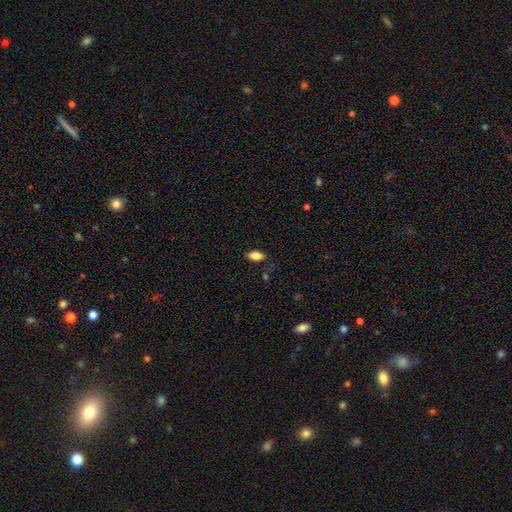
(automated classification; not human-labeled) Smooth or featured? Predicted: smooth (p=0.83). How rounded? Predicted: in between (p=0.89). Merging? Predicted: none (p=0.83).